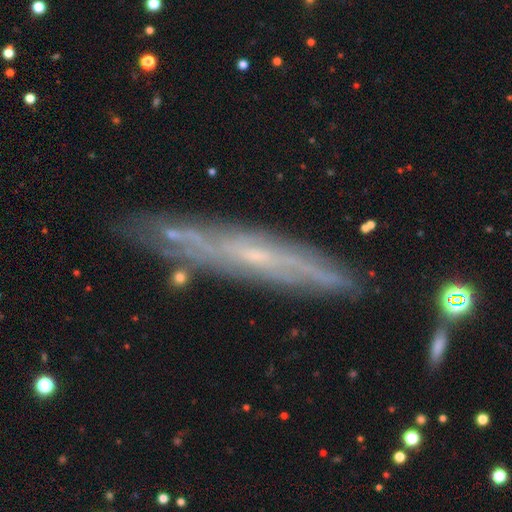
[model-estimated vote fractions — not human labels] Smooth or featured? featured or disk (69%)
Edge-on disk? yes (79%)
Edge-on bulge? none (62%)
Merging? none (83%)